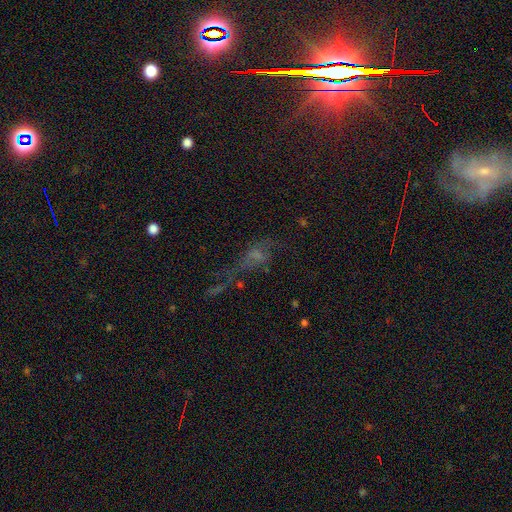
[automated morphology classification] Smooth or featured?
  - smooth: 34% * (tied)
  - featured or disk: 34% * (tied)
  - star or artifact: 32%
Merging?
  - major disturbance: 37% *
  - none: 32%
  - minor disturbance: 16%
  - merger: 15%